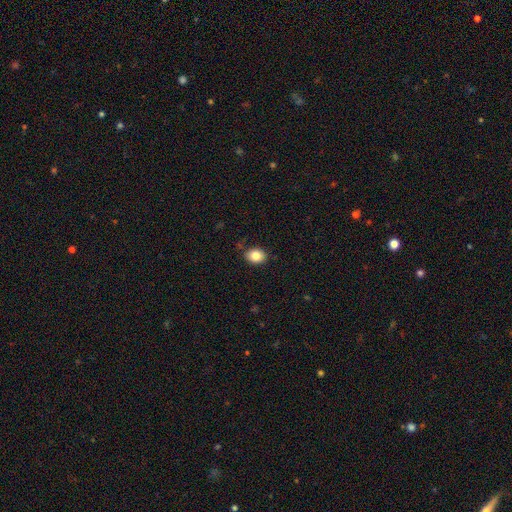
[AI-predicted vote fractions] smooth 85%, star or artifact 9%, featured or disk 7%. Down the decision tree: how rounded — in between (55%); merging — none (84%).